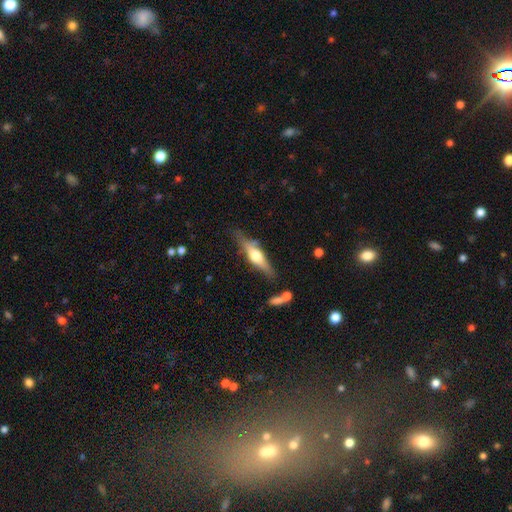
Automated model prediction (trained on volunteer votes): A featured or disk galaxy (61%) viewed edge-on (93%) with a rounded central bulge (91%).

Vote fractions:
- Smooth or featured? featured or disk: 61% / smooth: 33% / star or artifact: 6%
- Edge-on disk? yes: 93% / no: 7%
- Edge-on bulge? rounded: 91% / boxy: 7% / none: 3%
- Merging? none: 72% / minor disturbance: 18% / merger: 5% / major disturbance: 5%